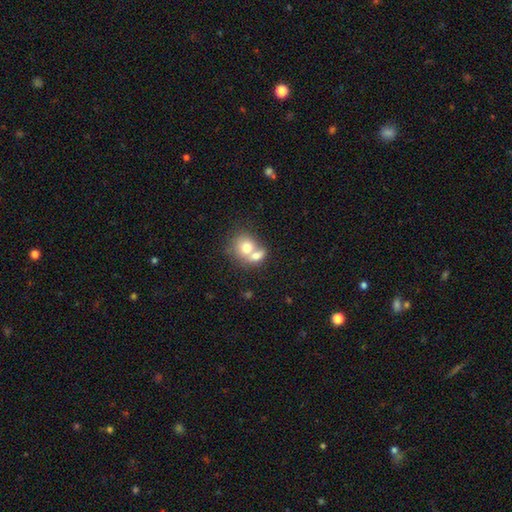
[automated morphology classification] This is likely a smooth galaxy (70%). How rounded: possibly round (58%). Merging: likely merger (70%).